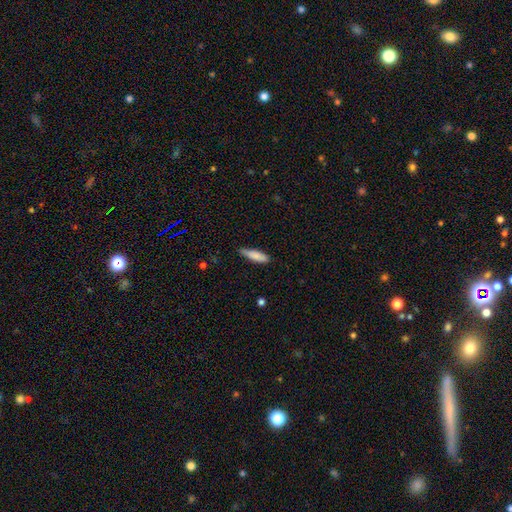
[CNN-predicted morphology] smooth 83%, featured or disk 10%, star or artifact 6%. Down the decision tree: how rounded — cigar-shaped (62%); merging — none (70%).